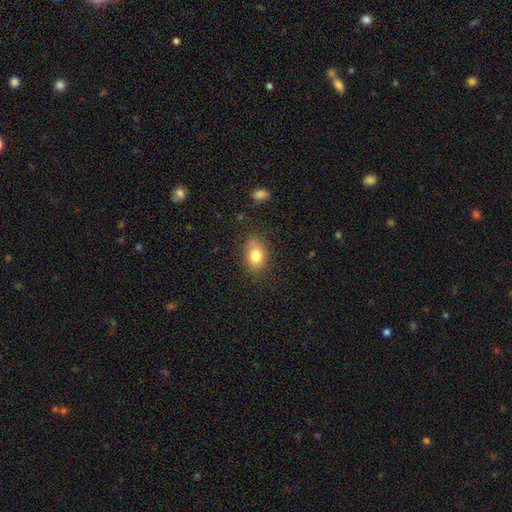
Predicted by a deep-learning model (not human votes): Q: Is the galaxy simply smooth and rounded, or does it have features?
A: smooth — 80%.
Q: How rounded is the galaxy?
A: in between — 75%.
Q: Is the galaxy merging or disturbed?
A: none — 70%.